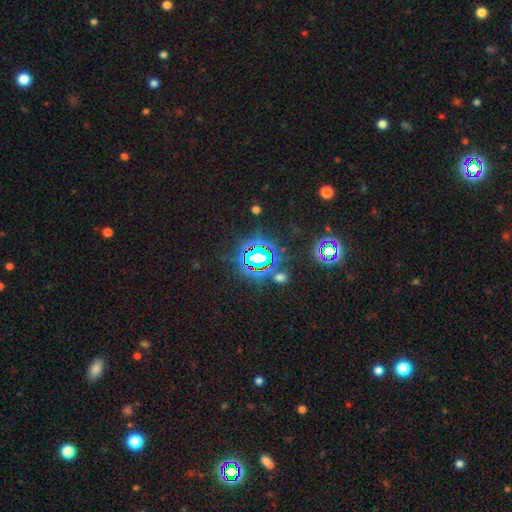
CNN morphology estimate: The model was most divided on "smooth or featured": star or artifact: 76%, smooth: 15%, featured or disk: 9%.